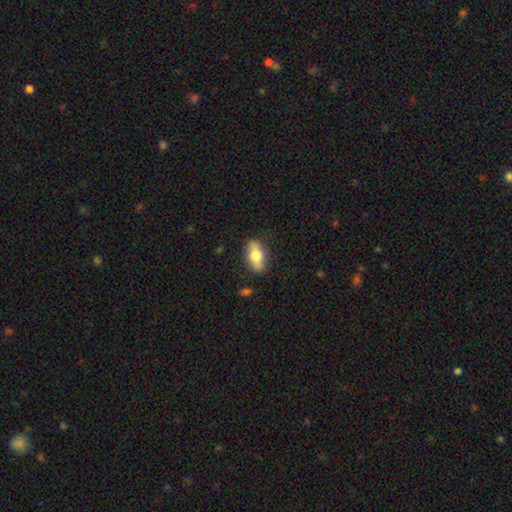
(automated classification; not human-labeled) Q: Smooth or featured?
A: smooth (69%); runner-up: featured or disk (25%)
Q: How rounded?
A: in between (83%); runner-up: cigar-shaped (12%)
Q: Merging?
A: none (84%); runner-up: minor disturbance (12%)